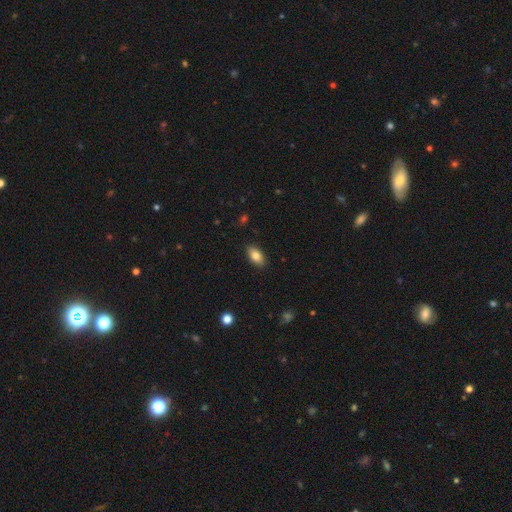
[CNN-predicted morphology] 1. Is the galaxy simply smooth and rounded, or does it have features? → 82% smooth, 11% featured or disk, 8% star or artifact.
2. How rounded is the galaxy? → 91% in between, 5% cigar-shaped, 4% round.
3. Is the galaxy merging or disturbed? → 88% none, 9% minor disturbance, 2% major disturbance, 1% merger.